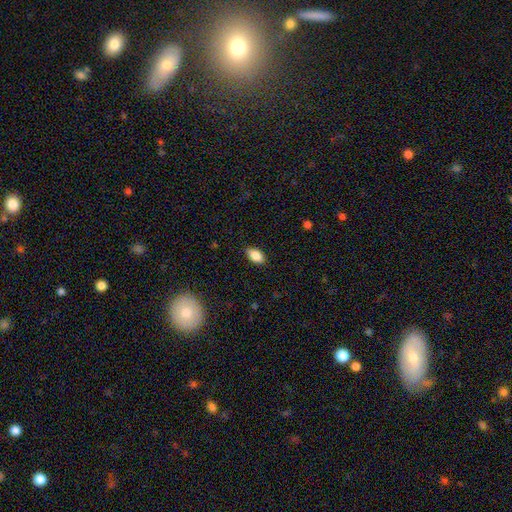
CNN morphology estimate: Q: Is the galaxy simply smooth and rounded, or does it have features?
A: smooth — 86%.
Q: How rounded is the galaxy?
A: in between — 92%.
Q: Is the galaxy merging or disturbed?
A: none — 86%.